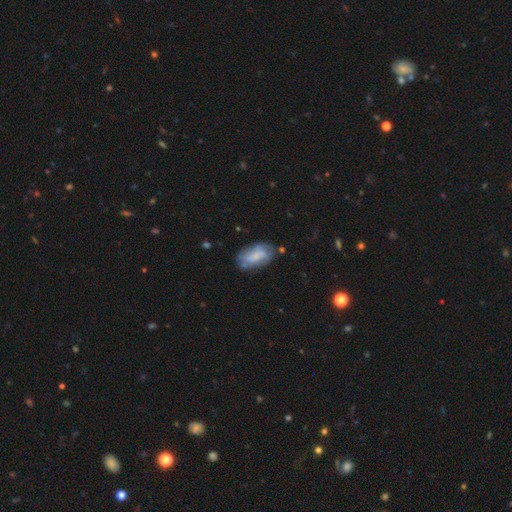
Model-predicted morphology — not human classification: A smooth galaxy with no disk features (49%). Merging: none (64%).